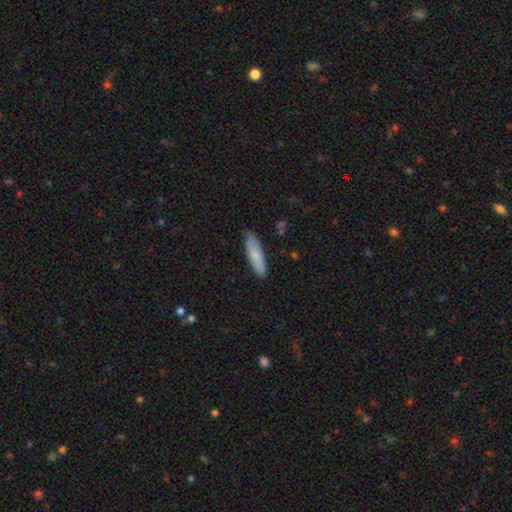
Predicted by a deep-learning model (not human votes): A smooth galaxy with no disk features (82%) that is cigar-shaped (72%).

Vote fractions:
- Smooth or featured? smooth: 82% / featured or disk: 12% / star or artifact: 6%
- How rounded? cigar-shaped: 72% / in between: 27% / round: 1%
- Merging? none: 86% / minor disturbance: 11% / major disturbance: 2% / merger: 1%